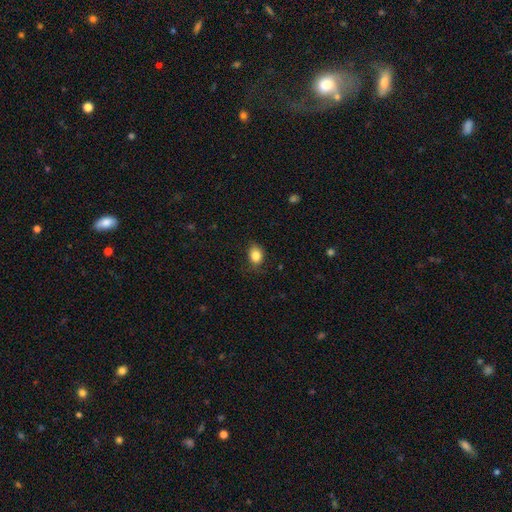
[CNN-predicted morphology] Q: Smooth or featured?
A: smooth (84%); runner-up: star or artifact (10%)
Q: How rounded?
A: in between (59%); runner-up: round (40%)
Q: Merging?
A: none (78%); runner-up: minor disturbance (17%)